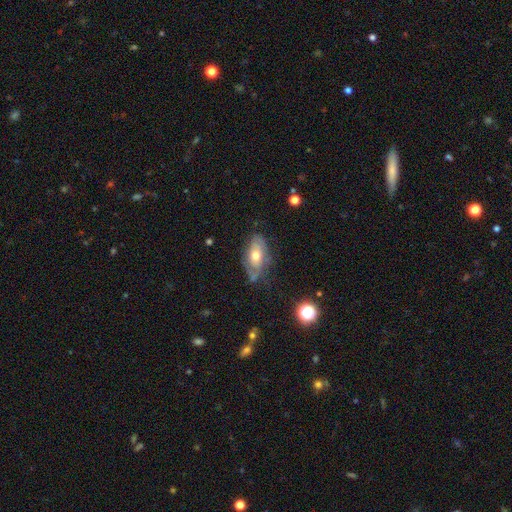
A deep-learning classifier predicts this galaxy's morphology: The model was most divided on "smooth or featured": featured or disk: 57%, smooth: 35%, star or artifact: 8%. More confident: edge-on disk — no (88%); bar — no (79%); bulge size — moderate (71%); spiral arms — yes (66%); merging — none (55%).